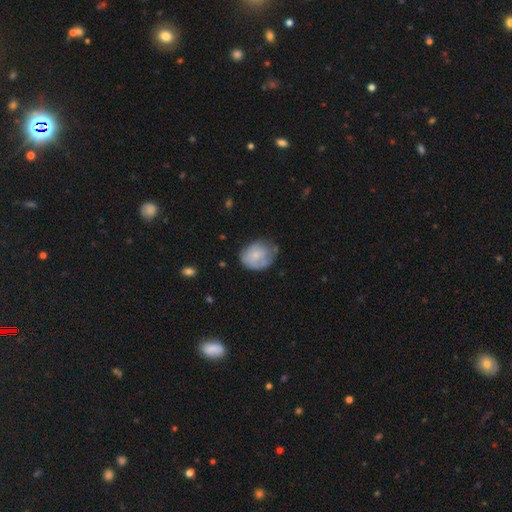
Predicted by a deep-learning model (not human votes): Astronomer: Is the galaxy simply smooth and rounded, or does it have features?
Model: smooth — 70%.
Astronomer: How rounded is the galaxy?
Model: round — 52% (runner-up: in between, 47%).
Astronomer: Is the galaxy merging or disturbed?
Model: none — 49% (runner-up: minor disturbance, 36%).